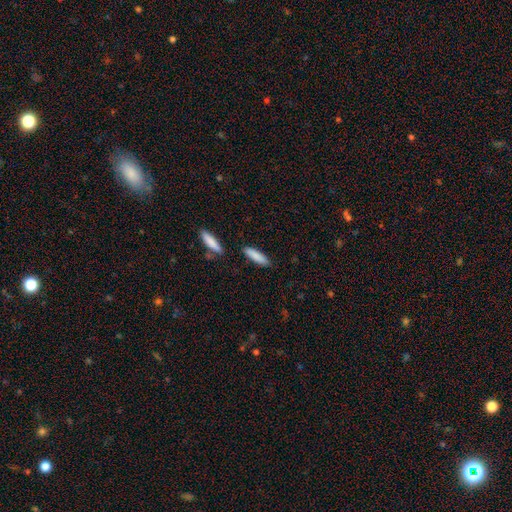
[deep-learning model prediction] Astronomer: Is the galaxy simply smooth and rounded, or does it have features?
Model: smooth — 86%.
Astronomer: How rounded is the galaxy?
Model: cigar-shaped — 68%.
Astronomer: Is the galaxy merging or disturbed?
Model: none — 84%.